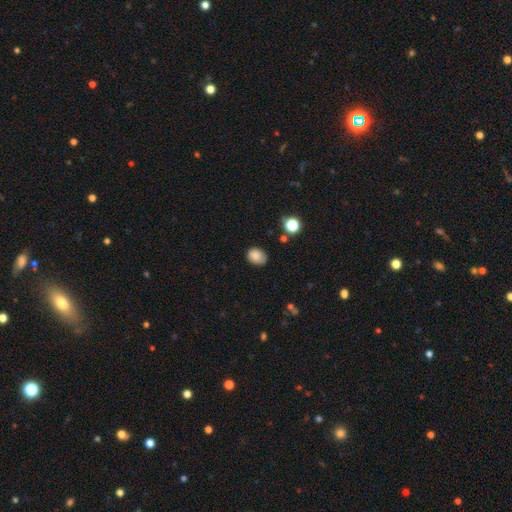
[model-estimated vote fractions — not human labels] Smooth or featured?
  - smooth: 84% *
  - star or artifact: 11%
  - featured or disk: 6%
How rounded?
  - in between: 51% *
  - round: 48%
  - cigar-shaped: 1%
Merging?
  - none: 72% *
  - minor disturbance: 22%
  - major disturbance: 4%
  - merger: 2%